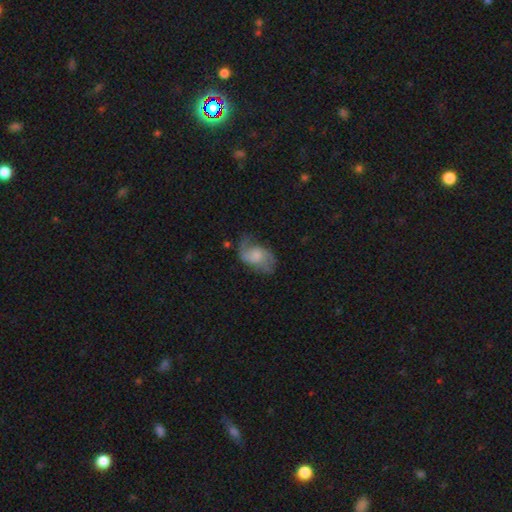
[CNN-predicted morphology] smooth_or_featured: featured or disk (p=0.64) [alt: smooth p=0.29]
disk_edge_on: no (p=0.97) [alt: yes p=0.03]
bar: no (p=0.63) [alt: weak p=0.32]
has_spiral_arms: yes (p=0.88) [alt: no p=0.12]
spiral_winding: loose (p=0.48) [alt: medium p=0.39]
spiral_arm_count: 2 (p=0.79) [alt: 1 p=0.08]
bulge_size: small (p=0.32) [alt: moderate p=0.31]
merging: none (p=0.52) [alt: minor disturbance p=0.26]